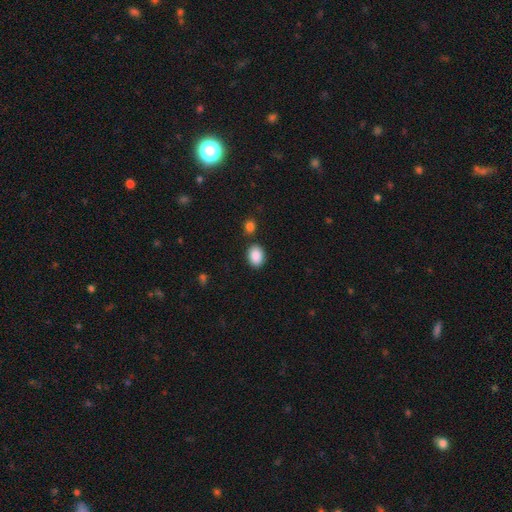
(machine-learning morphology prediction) smooth-or-featured: smooth: 89% | star or artifact: 7% | featured or disk: 4%
  how-rounded: in between: 76% | round: 23% | cigar-shaped: 1%
  merging: none: 81% | minor disturbance: 10% | merger: 6% | major disturbance: 3%